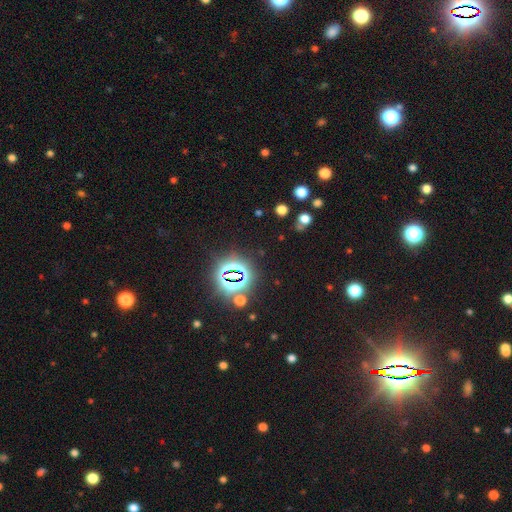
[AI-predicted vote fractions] smooth_or_featured: star or artifact (p=0.83) [alt: smooth p=0.10]